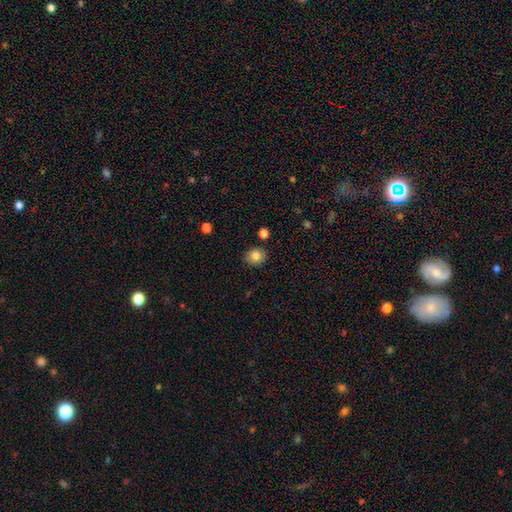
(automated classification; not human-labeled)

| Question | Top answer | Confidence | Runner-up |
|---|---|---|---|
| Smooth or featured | smooth | 81% | star or artifact (10%) |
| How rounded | round | 70% | in between (29%) |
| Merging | none | 86% | minor disturbance (9%) |